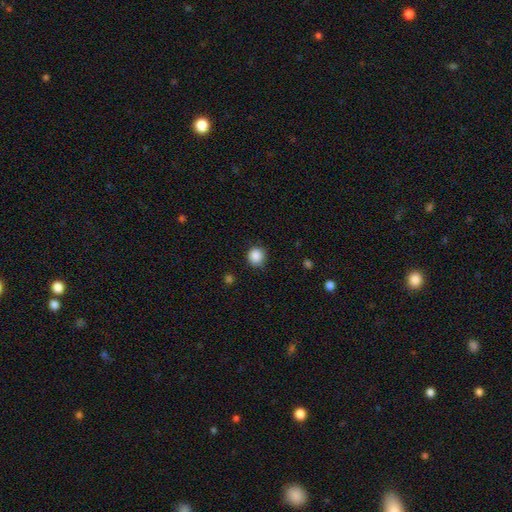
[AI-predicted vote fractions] A smooth galaxy with no disk features (87%) that is round (91%).

Vote fractions:
- Smooth or featured? smooth: 87% / star or artifact: 10% / featured or disk: 3%
- How rounded? round: 91% / in between: 8% / cigar-shaped: 1%
- Merging? none: 84% / minor disturbance: 12% / major disturbance: 3% / merger: 1%